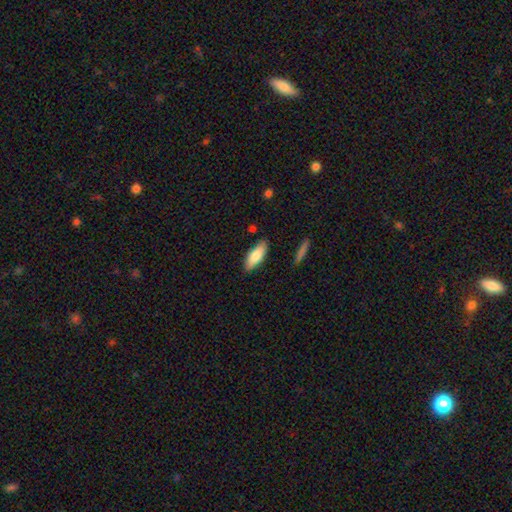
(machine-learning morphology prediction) This is clearly a smooth galaxy (81%). How rounded: likely in between (73%). Merging: clearly none (84%).